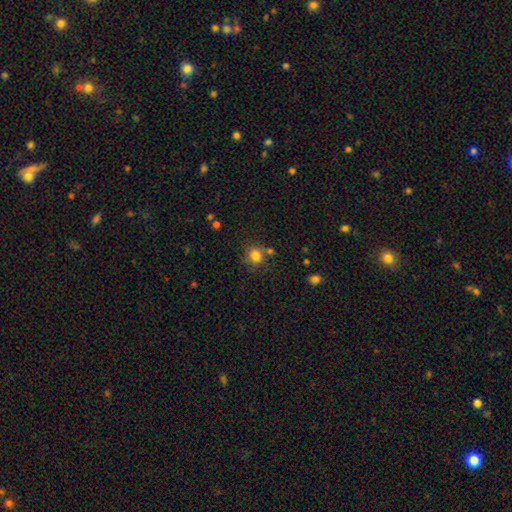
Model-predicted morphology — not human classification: Smooth or featured?
  - smooth: 81% *
  - star or artifact: 12%
  - featured or disk: 7%
How rounded?
  - round: 81% *
  - in between: 18%
  - cigar-shaped: 1%
Merging?
  - none: 73% *
  - minor disturbance: 14%
  - merger: 10%
  - major disturbance: 4%